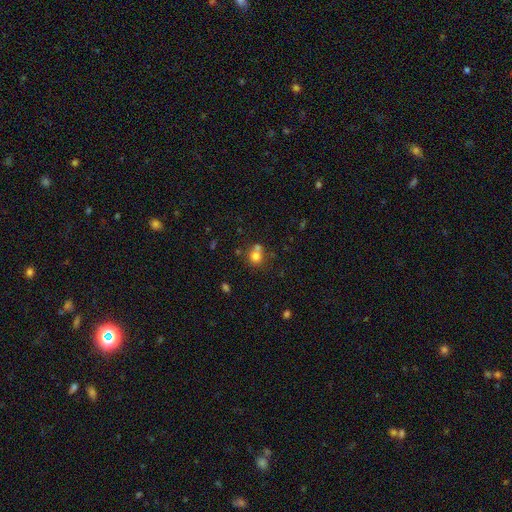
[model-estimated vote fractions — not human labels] Overall: smooth (76%). How rounded: round (83%). Merging: none (50%; merger 37%).